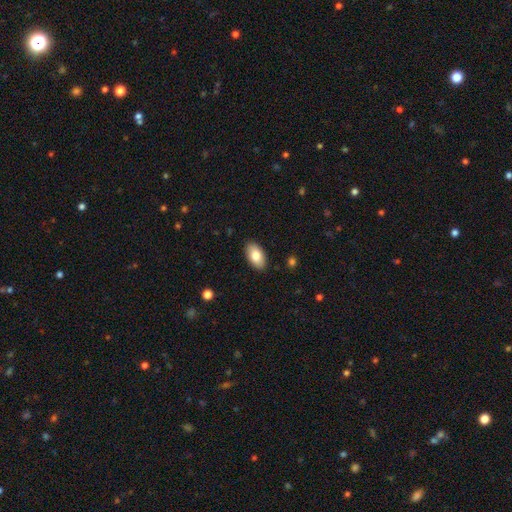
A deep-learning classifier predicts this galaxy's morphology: smooth 82%, featured or disk 11%, star or artifact 6%. Down the decision tree: how rounded — in between (95%); merging — none (89%).